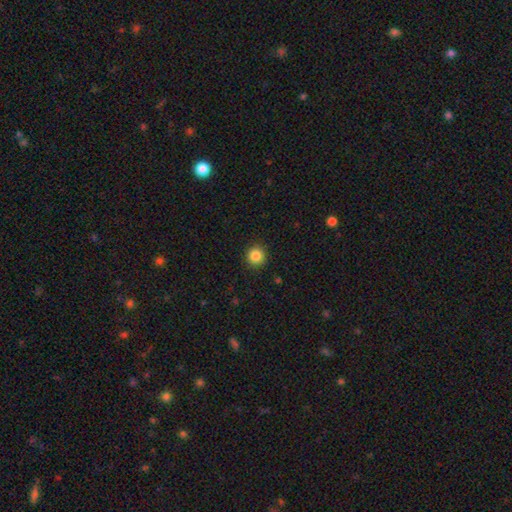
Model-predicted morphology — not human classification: Smooth or featured: smooth — 85% (star or artifact — 10%)
How rounded: round — 94% (in between — 5%)
Merging: none — 92% (minor disturbance — 5%)